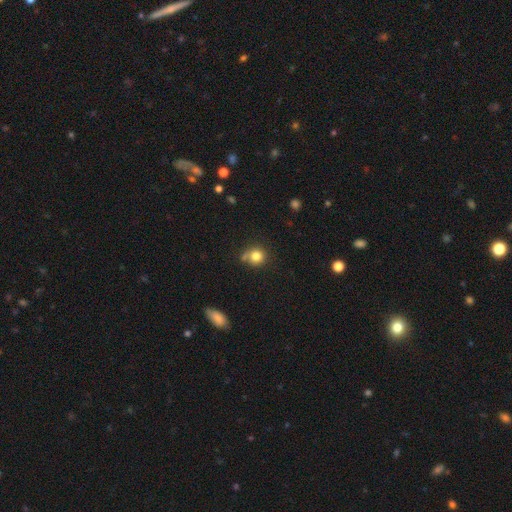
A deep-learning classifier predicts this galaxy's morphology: This appears to be a smooth galaxy with no disk features (80%) that is round (86%). Merging: none (63%).